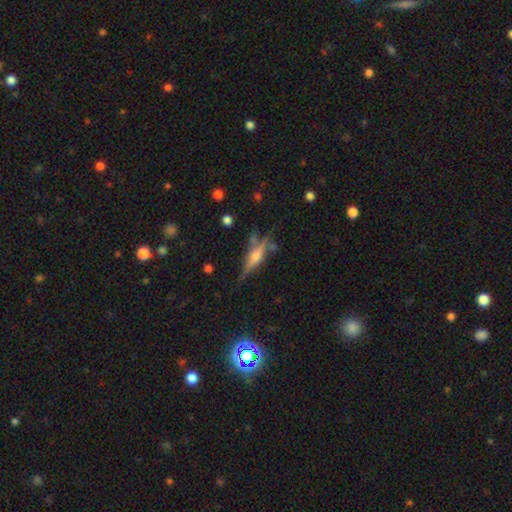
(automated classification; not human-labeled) Smooth or featured? featured or disk (61%)
Edge-on disk? yes (91%)
Edge-on bulge? rounded (79%)
Merging? none (69%)